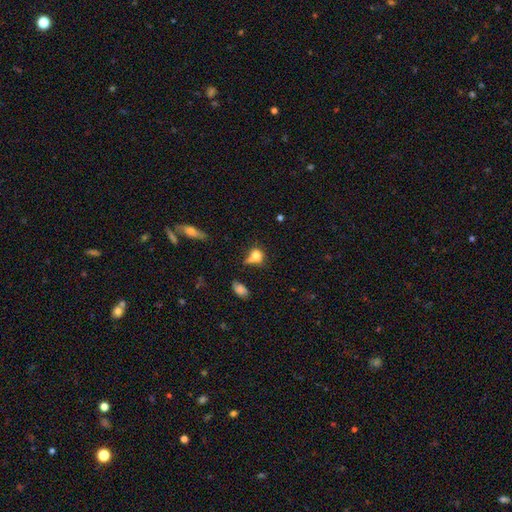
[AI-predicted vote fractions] Smooth or featured?
  - smooth: 74% *
  - featured or disk: 14%
  - star or artifact: 13%
How rounded?
  - round: 55% *
  - in between: 42%
  - cigar-shaped: 3%
Merging?
  - none: 37% *
  - minor disturbance: 24%
  - merger: 21%
  - major disturbance: 17%